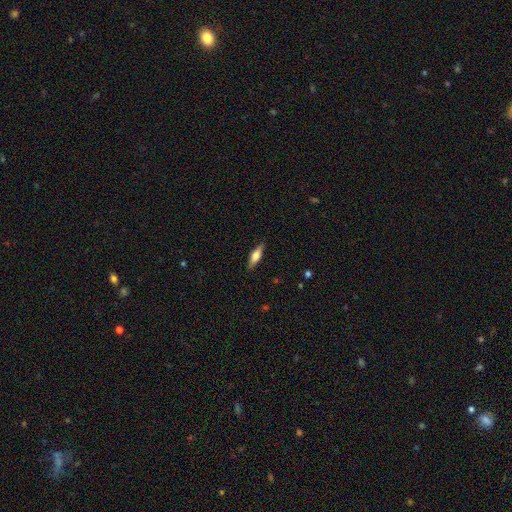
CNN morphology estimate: Overall: smooth (54%; featured or disk 40%). How rounded: cigar-shaped (56%; in between 41%). Merging: none (87%).